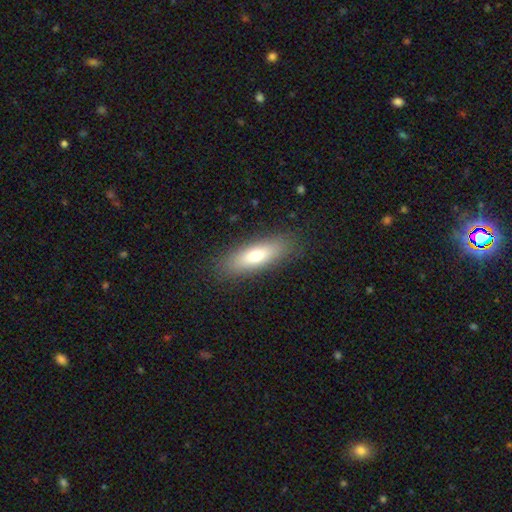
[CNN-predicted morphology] Smooth or featured? Predicted: smooth (p=0.71). How rounded? Predicted: in between (p=0.51). Merging? Predicted: none (p=0.87).